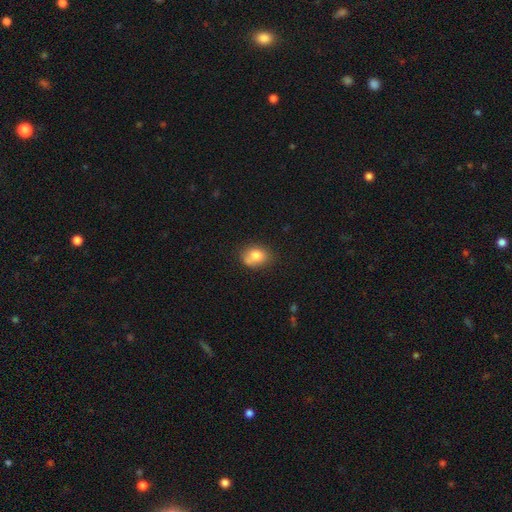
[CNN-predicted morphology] smooth 78%, featured or disk 13%, star or artifact 10%. Down the decision tree: how rounded — in between (55%); merging — none (55%).